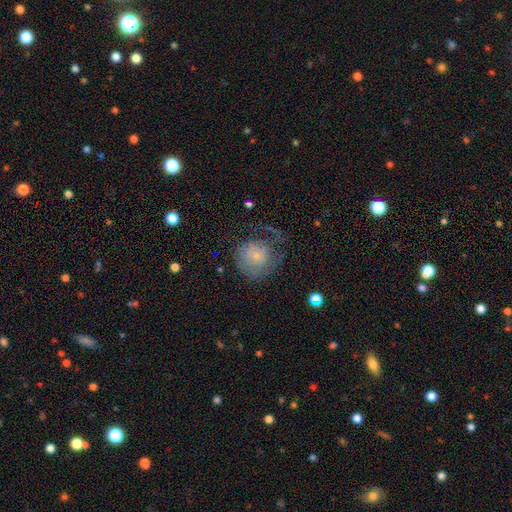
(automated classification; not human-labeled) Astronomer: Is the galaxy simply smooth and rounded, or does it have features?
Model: smooth — 53% (runner-up: featured or disk, 37%).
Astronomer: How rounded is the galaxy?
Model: round — 87%.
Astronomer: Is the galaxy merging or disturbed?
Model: none — 40% (runner-up: major disturbance, 35%).